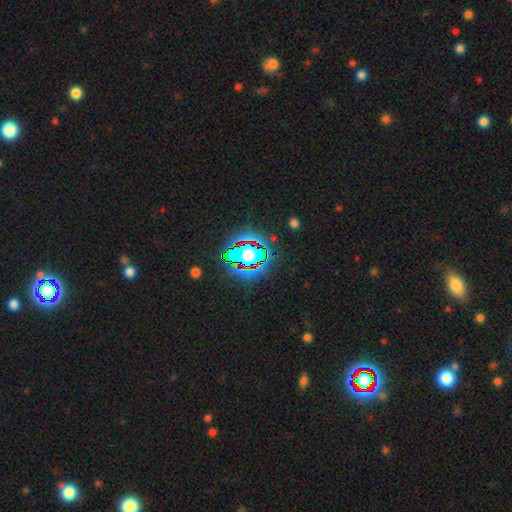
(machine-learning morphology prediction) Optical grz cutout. It shows a star or artifact, not a galaxy (80%).